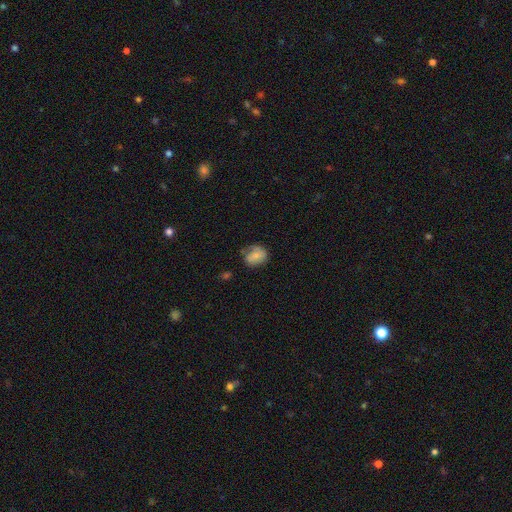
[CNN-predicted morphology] Overall: smooth (69%). How rounded: round (53%; in between 46%). Merging: none (55%; minor disturbance 30%).